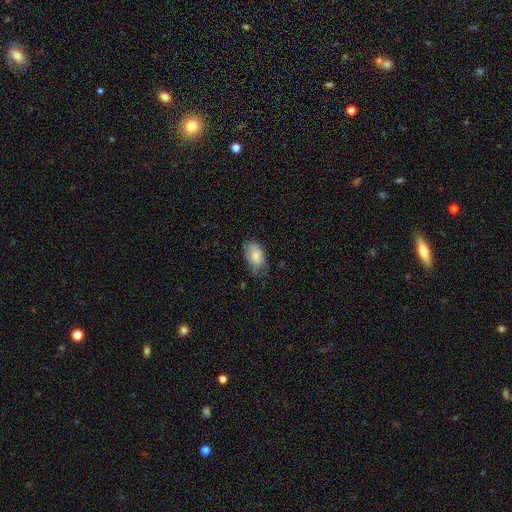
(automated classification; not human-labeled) smooth 76%, featured or disk 17%, star or artifact 7%. Down the decision tree: how rounded — in between (92%); merging — none (48%).